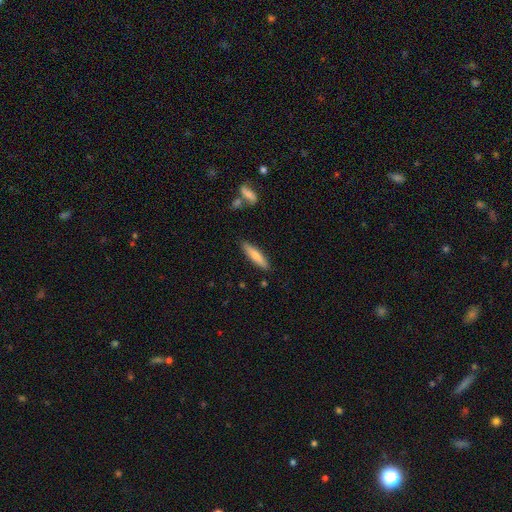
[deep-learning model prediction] The model was most divided on "smooth or featured": smooth: 70%, featured or disk: 24%, star or artifact: 6%. More confident: merging — none (87%); how rounded — cigar-shaped (81%).